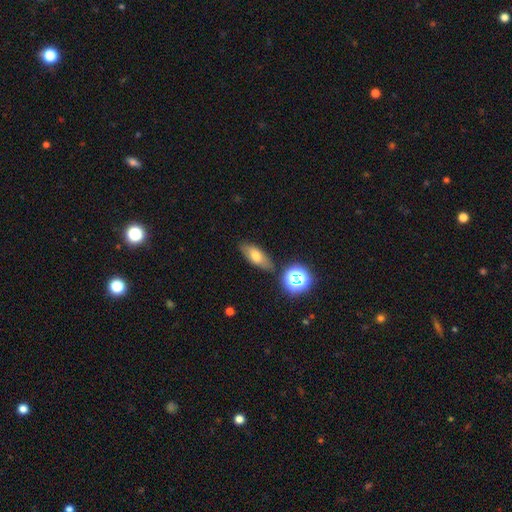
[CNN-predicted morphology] This is likely a smooth galaxy (66%). How rounded: likely in between (76%). Merging: clearly none (81%).